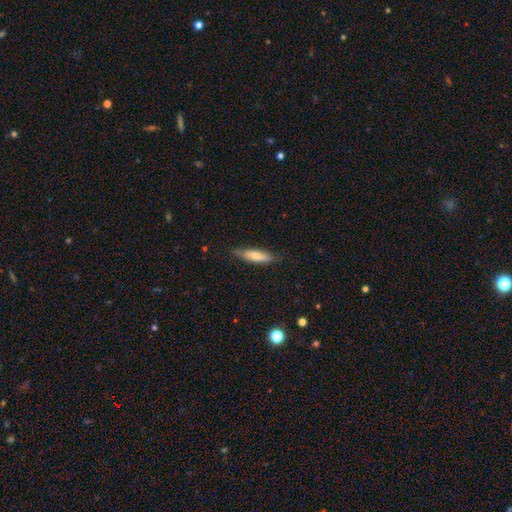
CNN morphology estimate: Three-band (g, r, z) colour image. It shows a smooth galaxy with no disk features (64%) that is cigar-shaped (68%). Merging: none (81%).